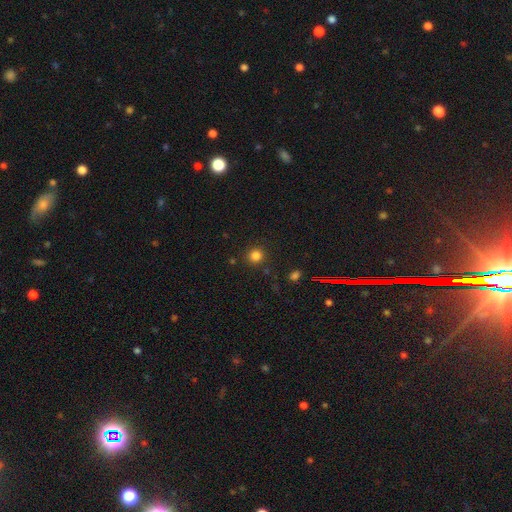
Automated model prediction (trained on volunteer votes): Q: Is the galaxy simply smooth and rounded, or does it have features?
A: smooth — 82%.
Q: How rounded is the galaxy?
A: round — 92%.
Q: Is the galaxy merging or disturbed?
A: none — 89%.